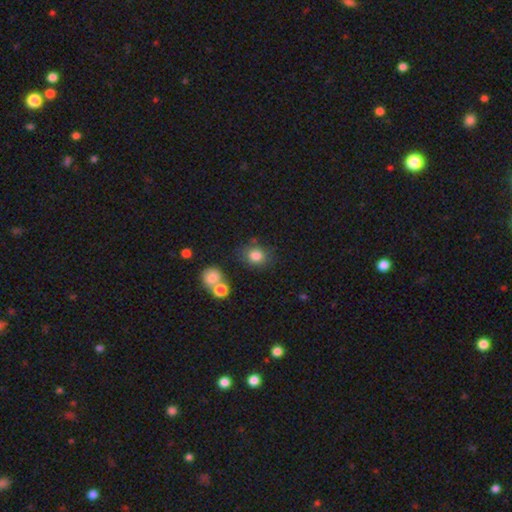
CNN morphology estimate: Overall: smooth (83%). How rounded: round (67%; in between 32%). Merging: none (74%).